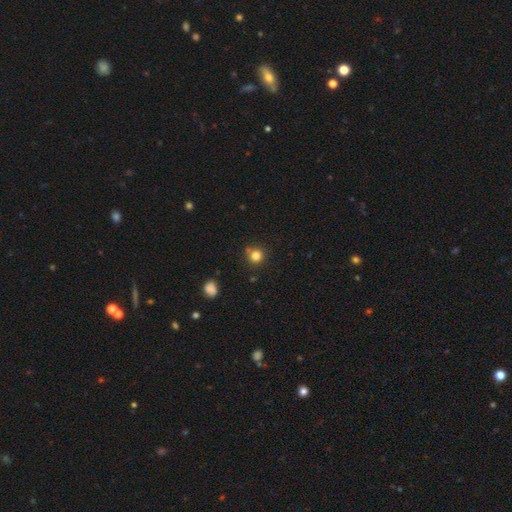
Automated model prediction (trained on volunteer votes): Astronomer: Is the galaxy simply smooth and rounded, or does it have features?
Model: smooth — 81%.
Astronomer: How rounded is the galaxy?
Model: round — 91%.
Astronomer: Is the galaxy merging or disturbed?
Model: none — 77%.